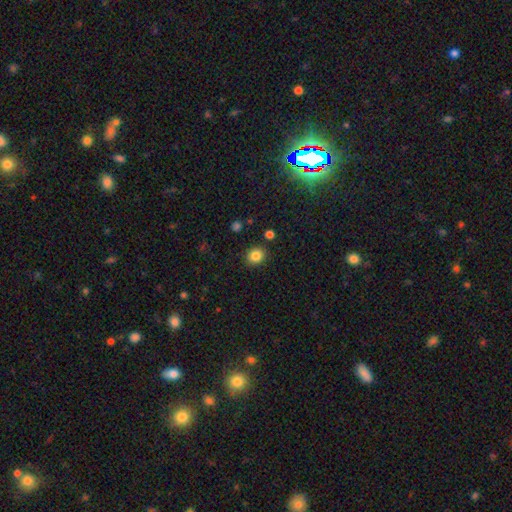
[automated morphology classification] Smooth or featured? smooth (84%)
How rounded? round (79%)
Merging? none (88%)